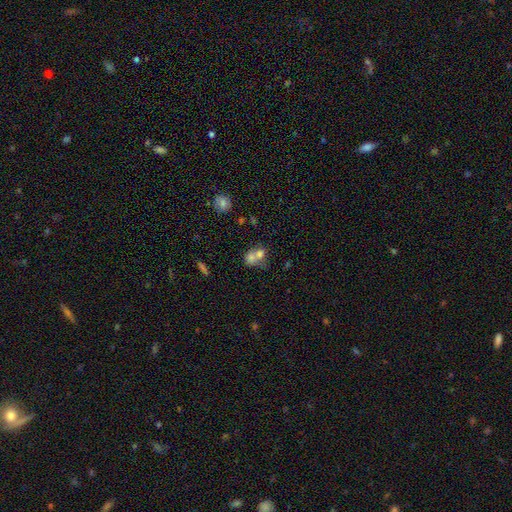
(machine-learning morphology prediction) This is likely a smooth galaxy (70%). How rounded: possibly round (52%). Merging: likely merger (68%).